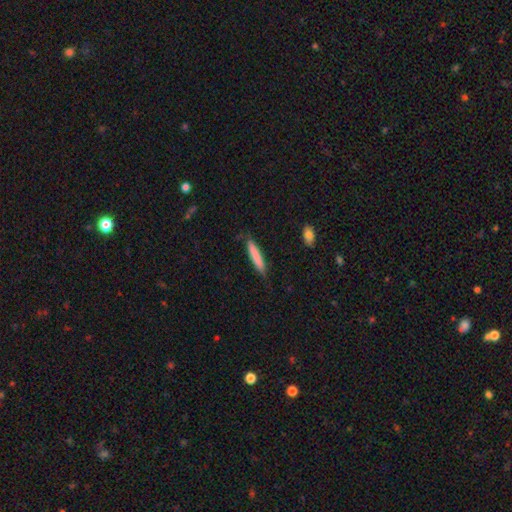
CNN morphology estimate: A smooth galaxy with no disk features (80%) that is cigar-shaped (91%).

Vote fractions:
- Smooth or featured? smooth: 80% / featured or disk: 15% / star or artifact: 6%
- How rounded? cigar-shaped: 91% / in between: 8% / round: 1%
- Merging? none: 82% / minor disturbance: 14% / major disturbance: 2% / merger: 1%